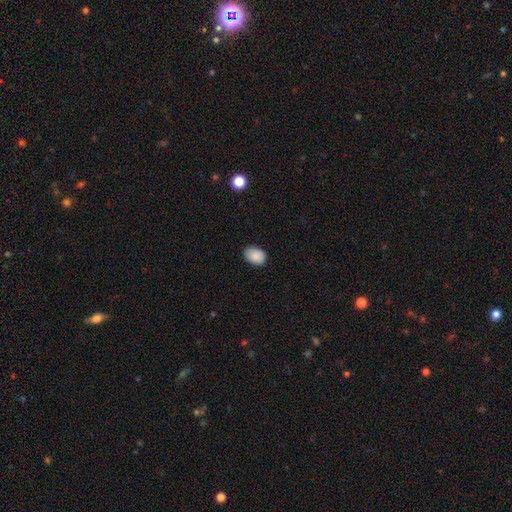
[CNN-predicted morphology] Smooth or featured: smooth — 88% (star or artifact — 8%)
How rounded: in between — 73% (round — 26%)
Merging: none — 84% (minor disturbance — 13%)